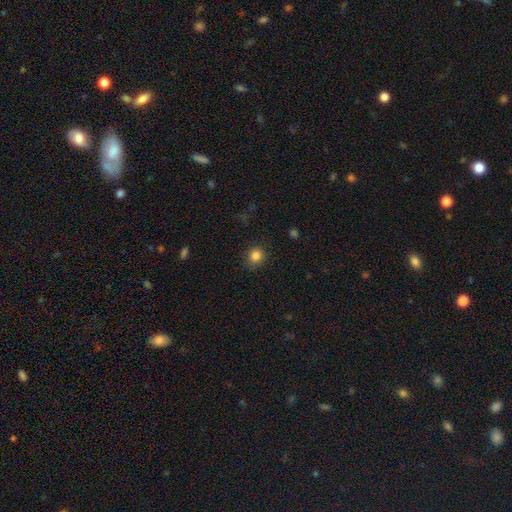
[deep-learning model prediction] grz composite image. It shows a smooth galaxy with no disk features (84%) that is round (86%). Merging: none (88%).